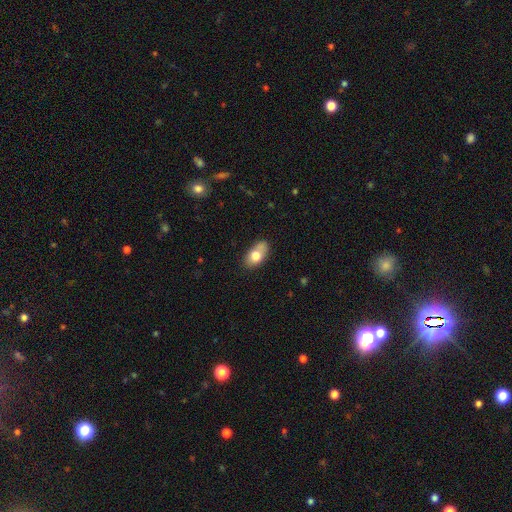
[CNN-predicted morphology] smooth_or_featured: smooth (p=0.75) [alt: featured or disk p=0.17]
how_rounded: in between (p=0.88) [alt: round p=0.10]
merging: none (p=0.56) [alt: minor disturbance p=0.26]